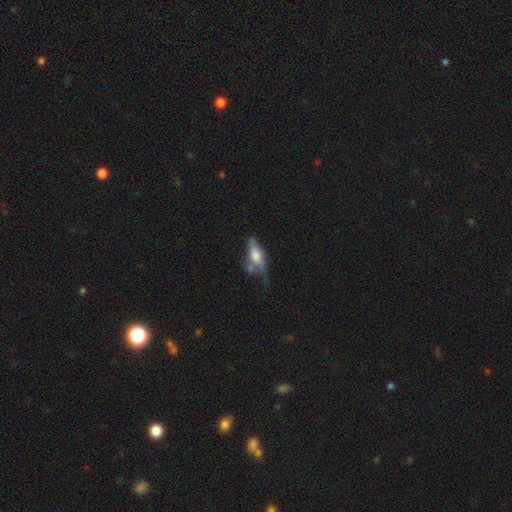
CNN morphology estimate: Smooth or featured? Predicted: smooth (p=0.54). How rounded? Predicted: in between (p=0.68). Merging? Predicted: none (p=0.35).